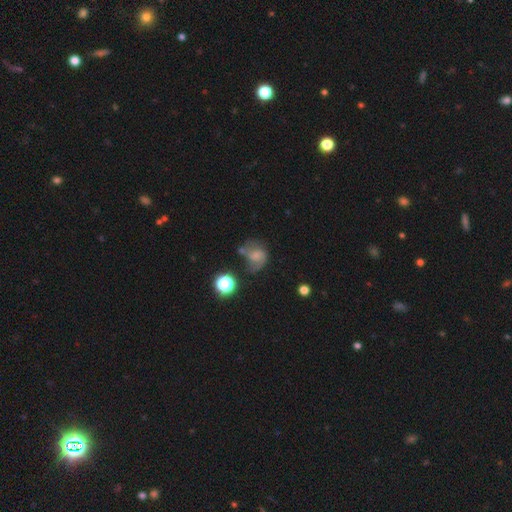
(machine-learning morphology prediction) The model was most divided on "smooth or featured": smooth: 43%, featured or disk: 42%, star or artifact: 15%. Remaining: merging — none (36%).